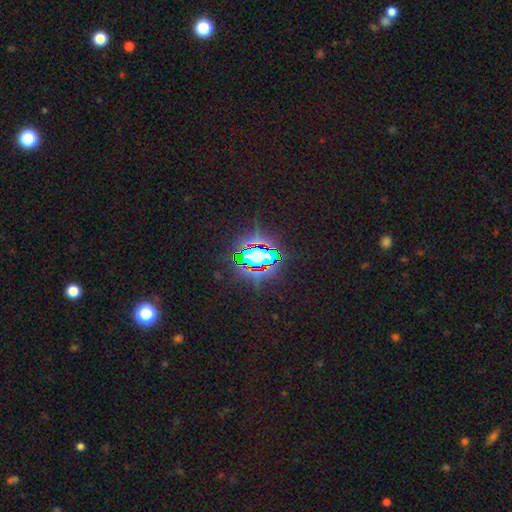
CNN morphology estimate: This is likely a star or artifact rather than a galaxy (76%).